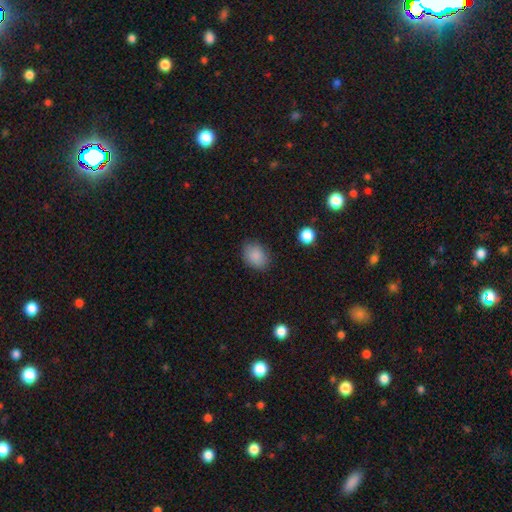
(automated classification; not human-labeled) The model was most divided on "how rounded": in between: 69%, round: 30%, cigar-shaped: 1%. More confident: smooth or featured — smooth (87%); merging — none (82%).